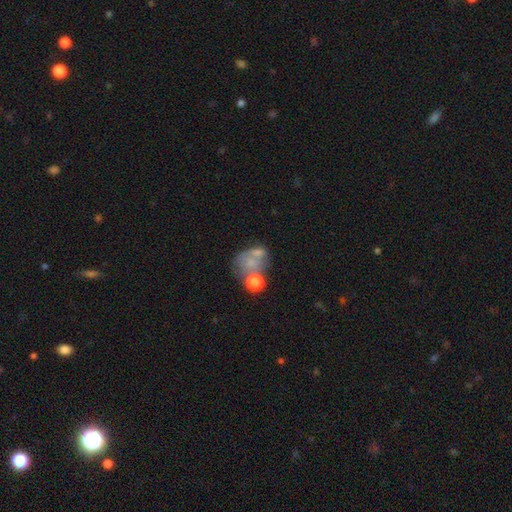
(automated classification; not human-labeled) smooth_or_featured: smooth (p=0.55) [alt: featured or disk p=0.30]
how_rounded: round (p=0.50) [alt: in between p=0.49]
merging: merger (p=0.38) [alt: none p=0.27]